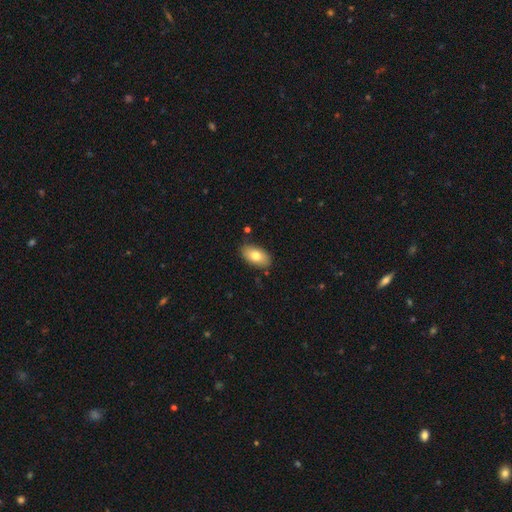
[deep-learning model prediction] Smooth or featured?
  - smooth: 78% *
  - featured or disk: 15%
  - star or artifact: 7%
How rounded?
  - in between: 93% *
  - round: 4%
  - cigar-shaped: 2%
Merging?
  - none: 85% *
  - minor disturbance: 11%
  - major disturbance: 2%
  - merger: 2%